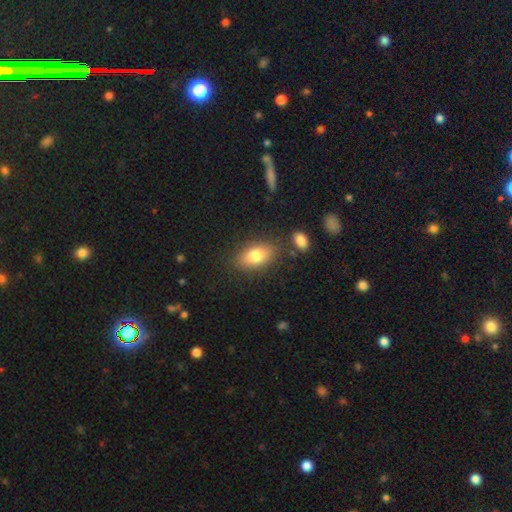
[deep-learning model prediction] Smooth or featured?
  - smooth: 80% *
  - featured or disk: 12%
  - star or artifact: 8%
How rounded?
  - in between: 89% *
  - round: 9%
  - cigar-shaped: 3%
Merging?
  - none: 81% *
  - minor disturbance: 11%
  - merger: 4%
  - major disturbance: 3%